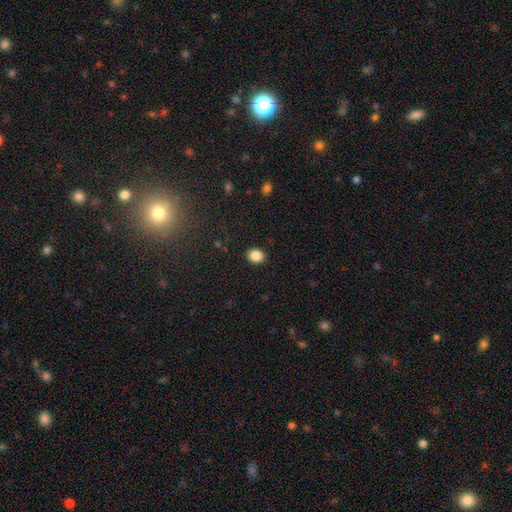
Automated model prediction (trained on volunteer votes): This is clearly a smooth galaxy (87%). How rounded: possibly in between (51%). Merging: clearly none (90%).